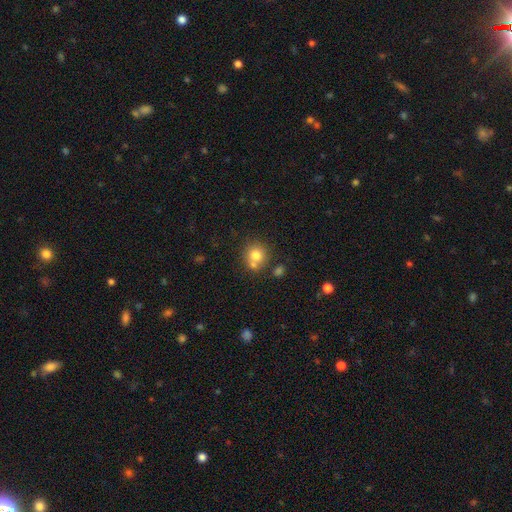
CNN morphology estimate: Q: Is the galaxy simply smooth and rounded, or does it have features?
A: smooth — 77%.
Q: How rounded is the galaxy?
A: round — 87%.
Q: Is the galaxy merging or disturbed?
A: none — 58%.